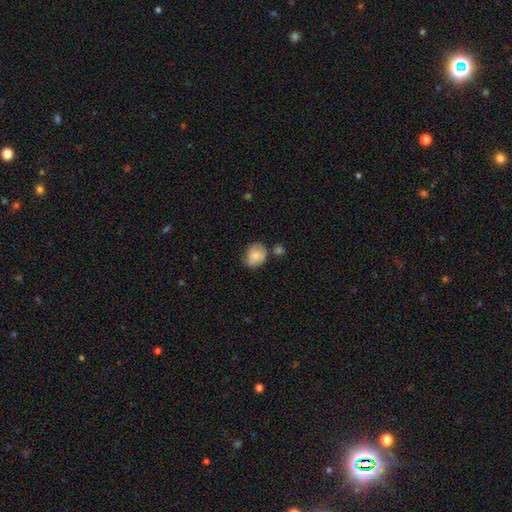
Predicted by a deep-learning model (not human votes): This appears to be a smooth galaxy with no disk features (77%) that is round (59%). Merging: none (56%).